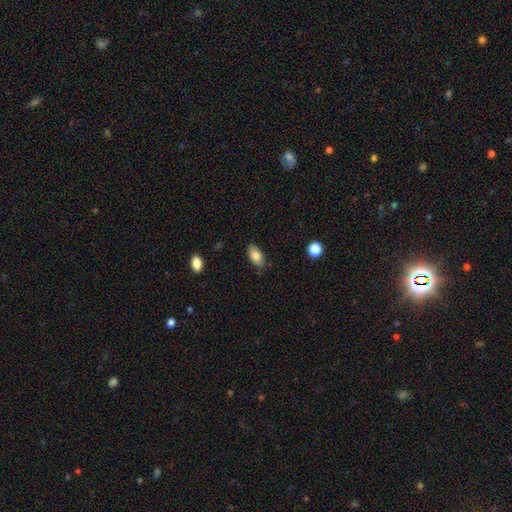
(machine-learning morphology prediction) A smooth galaxy with no disk features (81%) that is in between round and cigar-shaped (91%). Merging: none (80%).